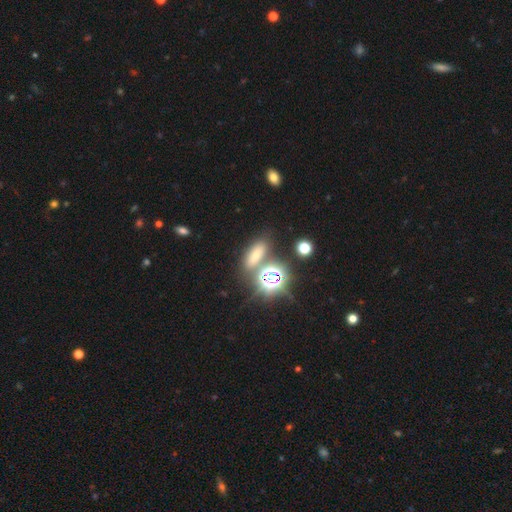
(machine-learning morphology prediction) smooth 51%, star or artifact 38%, featured or disk 11%. Down the decision tree: how rounded — in between (59%); merging — none (70%).